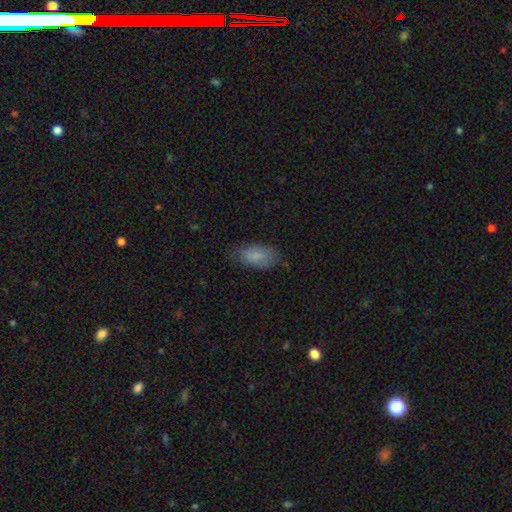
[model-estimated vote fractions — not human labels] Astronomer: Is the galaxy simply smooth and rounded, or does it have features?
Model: smooth — 82%.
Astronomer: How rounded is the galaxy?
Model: in between — 91%.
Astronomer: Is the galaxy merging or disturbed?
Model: none — 71%.